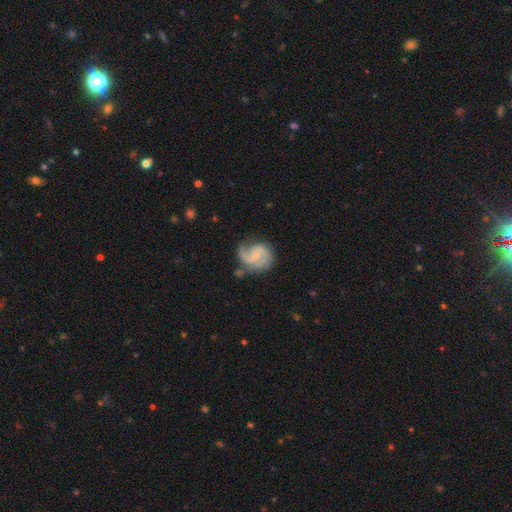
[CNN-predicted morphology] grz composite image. It shows a featured or disk galaxy (83%) with no bar (55%), 2 (70%) medium (51%) spiral arms (96%) and a small central bulge (62%). Merging: none (63%).